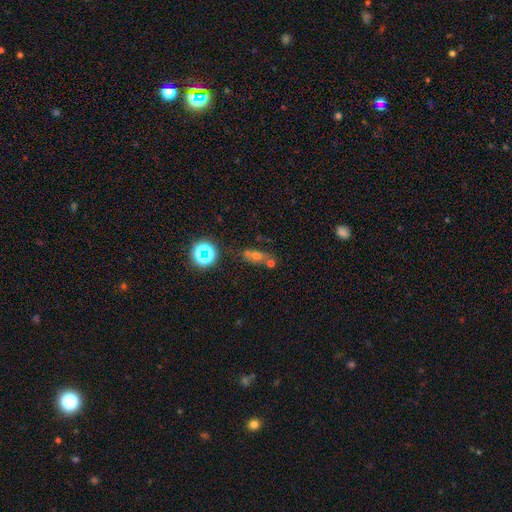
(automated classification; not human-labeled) smooth 46%, star or artifact 32%, featured or disk 22%. Down the decision tree: merging — none (57%).